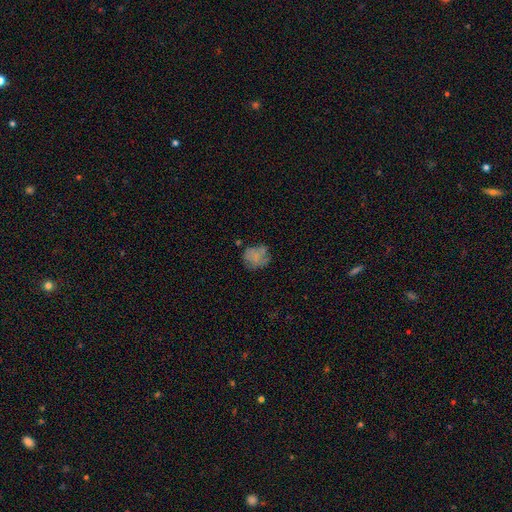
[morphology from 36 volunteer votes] Q: Smooth or featured?
A: smooth (69%); runner-up: featured or disk (28%)
Q: How rounded?
A: round (80%); runner-up: in between (20%)
Q: Merging?
A: none (54%); runner-up: major disturbance (23%)